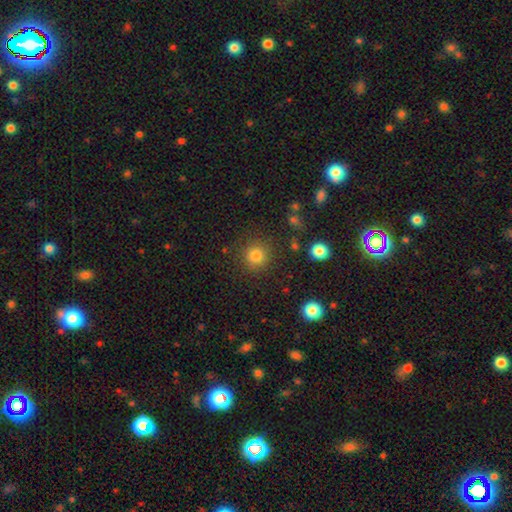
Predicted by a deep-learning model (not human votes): The model was most divided on "smooth or featured": smooth: 82%, star or artifact: 13%, featured or disk: 5%. More confident: how rounded — round (93%); merging — none (87%).